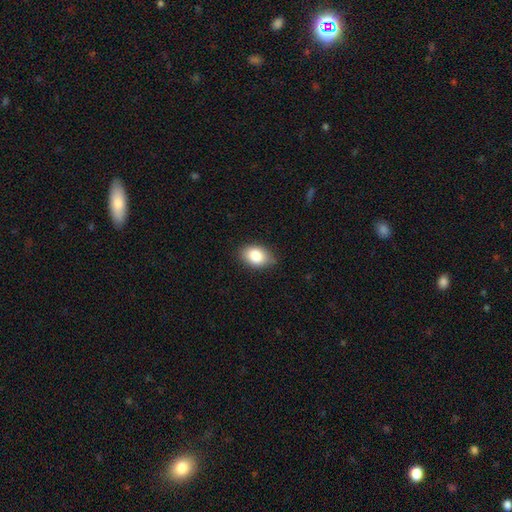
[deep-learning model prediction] Smooth or featured? smooth (84%)
How rounded? in between (85%)
Merging? none (78%)